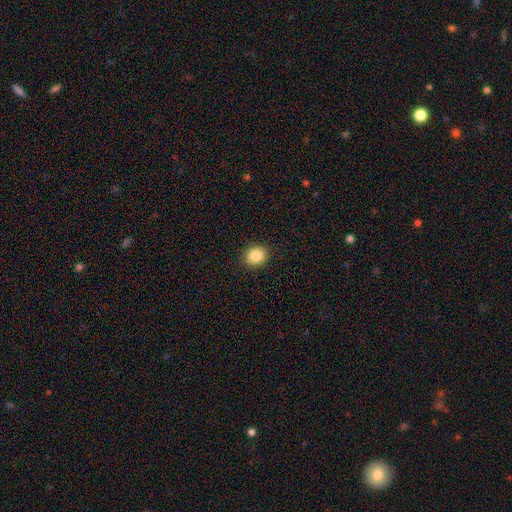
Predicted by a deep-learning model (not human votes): Smooth or featured: smooth — 86% (star or artifact — 9%)
How rounded: round — 69% (in between — 30%)
Merging: none — 91% (minor disturbance — 7%)